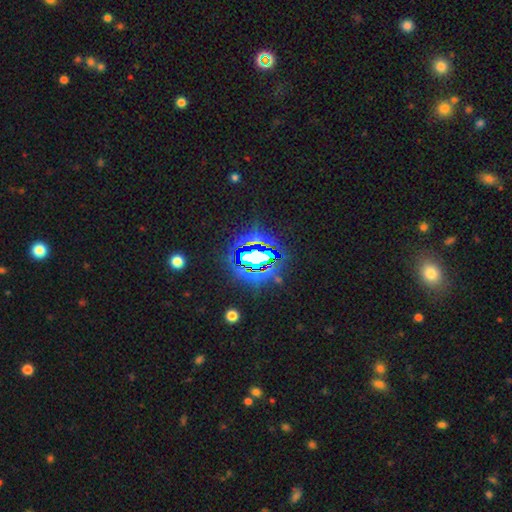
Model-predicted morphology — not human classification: Q: Smooth or featured?
A: star or artifact (81%); runner-up: smooth (11%)